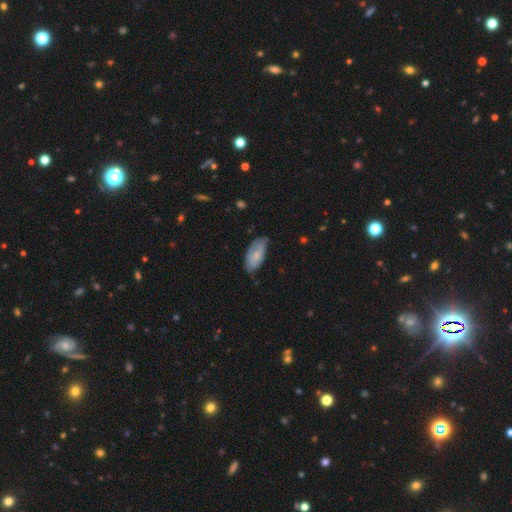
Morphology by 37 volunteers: smooth-or-featured: smooth: 78% | featured or disk: 14% | star or artifact: 8%
  how-rounded: in between: 83% | cigar-shaped: 14% | round: 3%
  merging: none: 47% | minor disturbance: 44% | major disturbance: 9% | merger: 0%